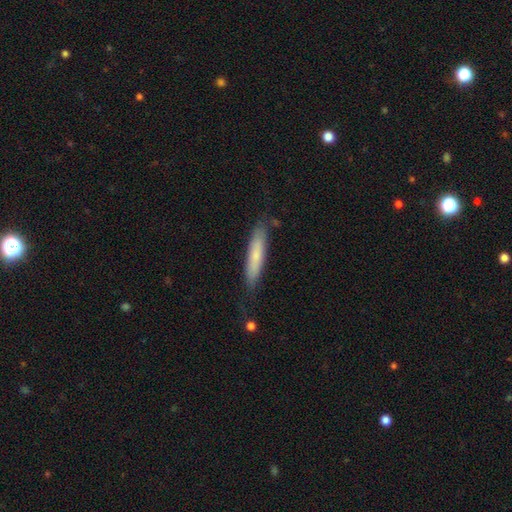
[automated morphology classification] Smooth or featured: smooth — 70% (featured or disk — 24%)
How rounded: cigar-shaped — 85% (in between — 13%)
Merging: none — 77% (minor disturbance — 18%)